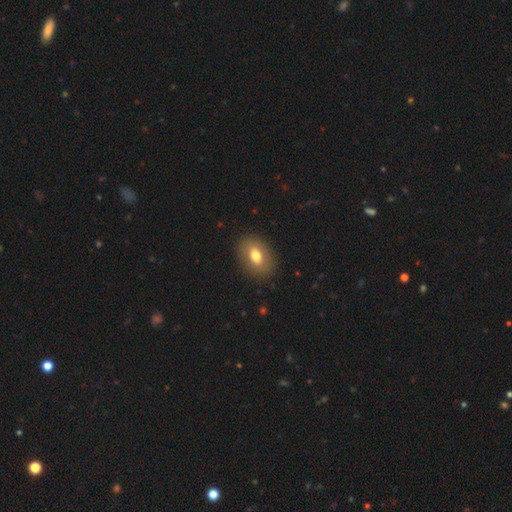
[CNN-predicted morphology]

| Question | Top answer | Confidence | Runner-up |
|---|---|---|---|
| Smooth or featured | smooth | 71% | featured or disk (21%) |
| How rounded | in between | 80% | round (19%) |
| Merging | none | 87% | minor disturbance (9%) |